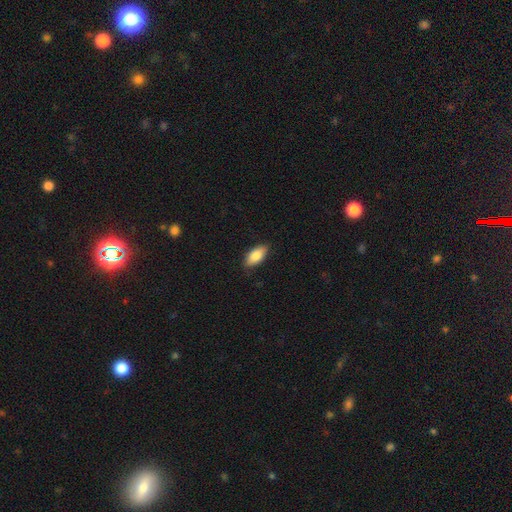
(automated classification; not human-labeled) The model was most divided on "merging": none: 84%, minor disturbance: 13%, major disturbance: 2%, merger: 1%. More confident: how rounded — in between (90%); smooth or featured — smooth (85%).